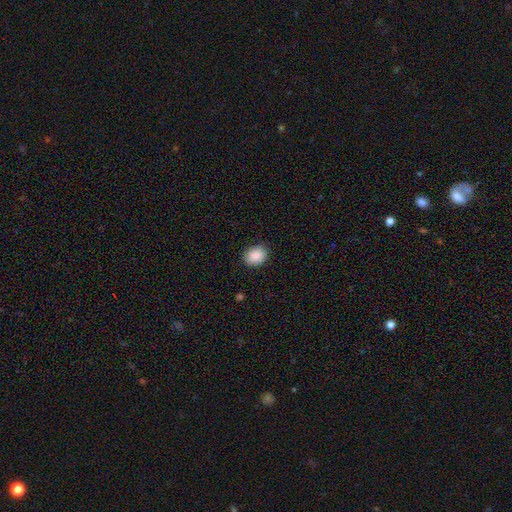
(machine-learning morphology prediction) Smooth or featured? smooth (89%)
How rounded? in between (59%)
Merging? none (87%)